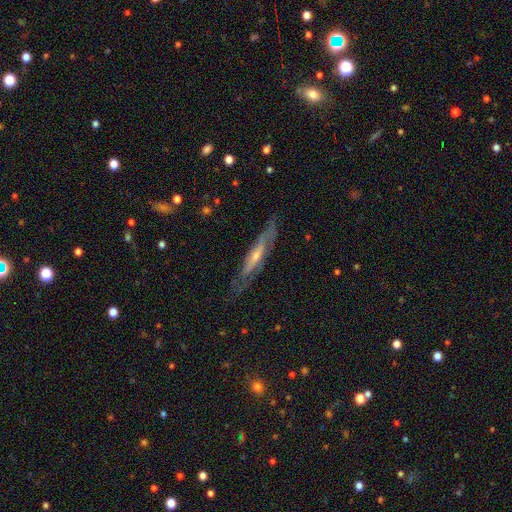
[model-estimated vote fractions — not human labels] This is likely a featured or disk galaxy (69%). It is likely viewed edge-on (64%). Merging: likely none (73%).